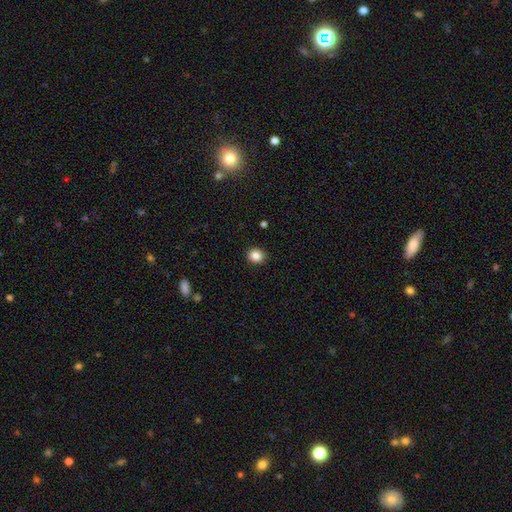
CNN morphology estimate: smooth_or_featured: smooth (p=0.85) [alt: star or artifact p=0.10]
how_rounded: round (p=0.79) [alt: in between p=0.20]
merging: none (p=0.92) [alt: minor disturbance p=0.06]